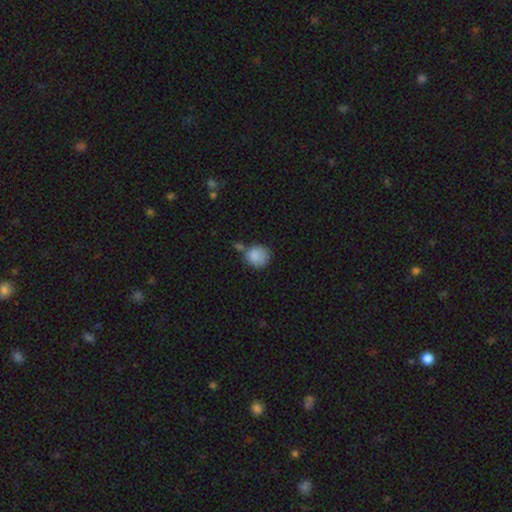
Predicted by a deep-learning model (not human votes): This appears to be a smooth galaxy with no disk features (85%) that is round (81%). Merging: none (52%).